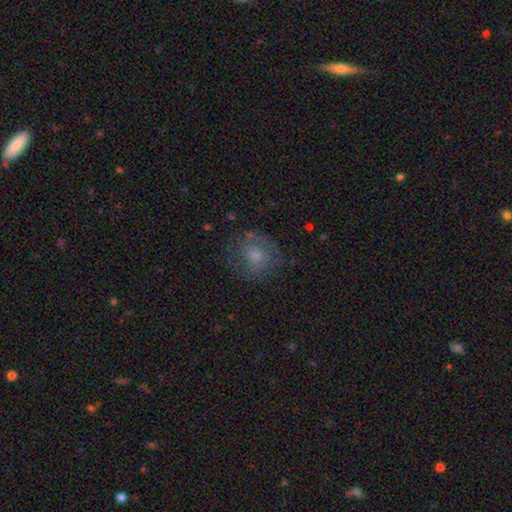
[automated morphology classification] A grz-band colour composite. It shows a smooth galaxy with no disk features (62%) that is round (79%). Merging: none (67%).